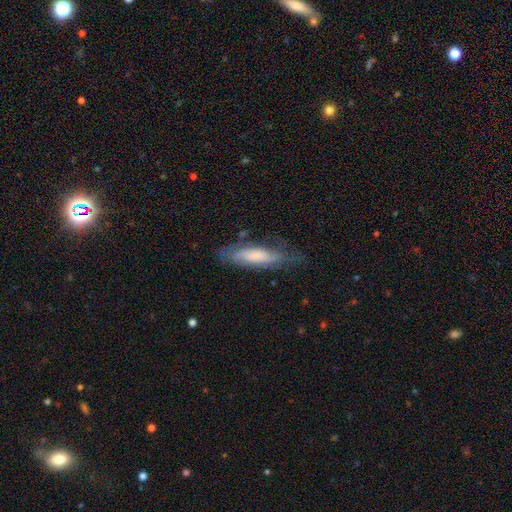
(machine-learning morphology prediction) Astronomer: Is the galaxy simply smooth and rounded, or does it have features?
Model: smooth — 50% (runner-up: featured or disk, 43%).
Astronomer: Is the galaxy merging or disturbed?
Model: none — 60%.